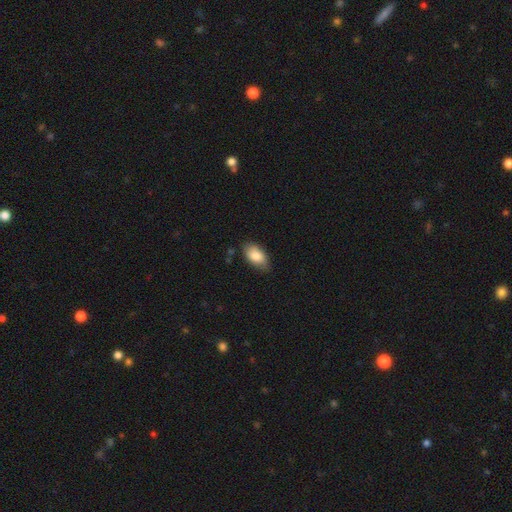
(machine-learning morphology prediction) Smooth or featured? Predicted: smooth (p=0.85). How rounded? Predicted: in between (p=0.93). Merging? Predicted: none (p=0.78).